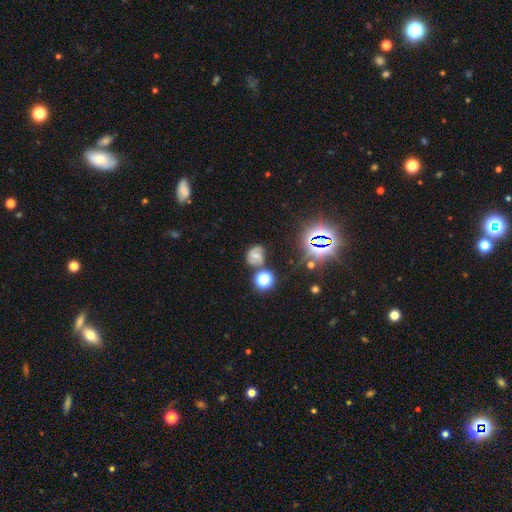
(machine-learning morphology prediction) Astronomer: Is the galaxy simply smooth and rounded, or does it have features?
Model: featured or disk — 47% (runner-up: smooth, 31%).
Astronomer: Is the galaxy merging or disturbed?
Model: none — 65%.